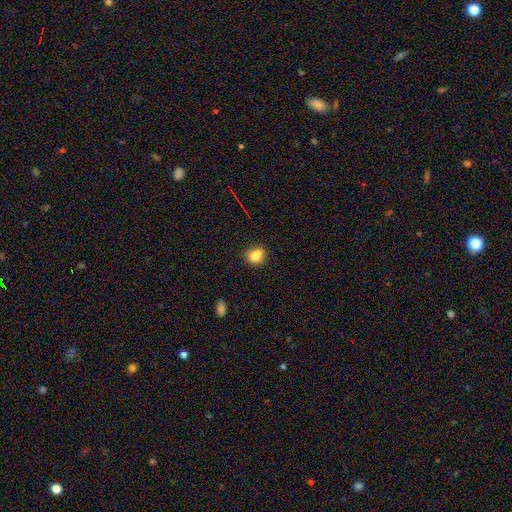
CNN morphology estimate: This is clearly a smooth galaxy (82%). How rounded: possibly round (49%, tied with in between). Merging: likely none (70%).